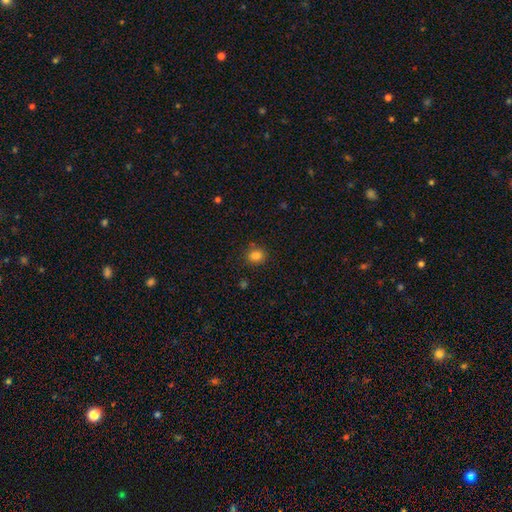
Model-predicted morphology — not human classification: A smooth galaxy with no disk features (82%) that is round (68%).

Vote fractions:
- Smooth or featured? smooth: 82% / star or artifact: 13% / featured or disk: 5%
- How rounded? round: 68% / in between: 31% / cigar-shaped: 1%
- Merging? none: 82% / minor disturbance: 11% / merger: 4% / major disturbance: 3%